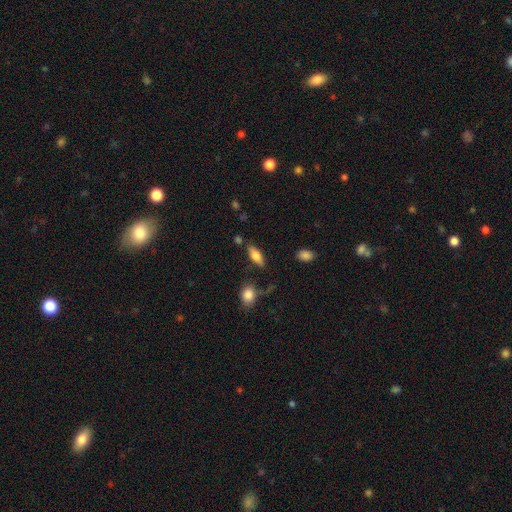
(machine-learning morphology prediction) Smooth or featured?
  - smooth: 71% *
  - featured or disk: 22%
  - star or artifact: 7%
How rounded?
  - in between: 73% *
  - cigar-shaped: 24%
  - round: 3%
Merging?
  - none: 77% *
  - minor disturbance: 14%
  - merger: 5%
  - major disturbance: 4%